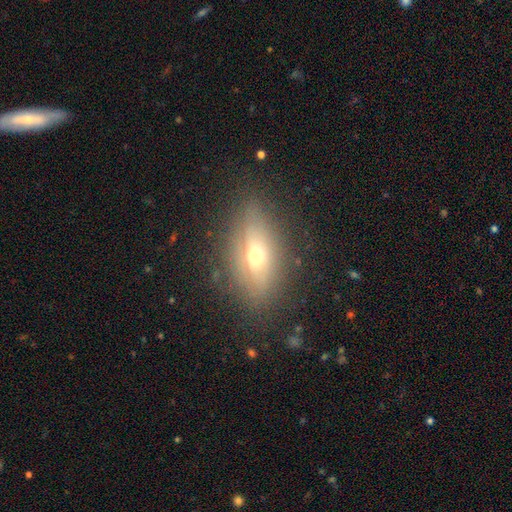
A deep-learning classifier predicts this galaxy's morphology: Overall: featured or disk (50%; smooth 39%). Merging: none (81%).